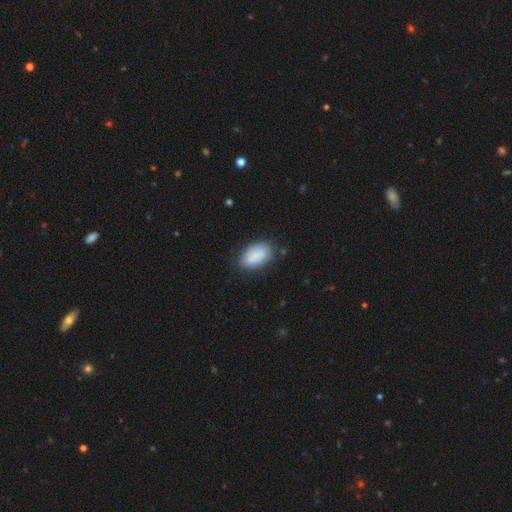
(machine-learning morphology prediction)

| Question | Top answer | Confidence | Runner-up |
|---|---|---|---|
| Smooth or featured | smooth | 83% | featured or disk (10%) |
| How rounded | in between | 92% | round (7%) |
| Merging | none | 76% | minor disturbance (18%) |